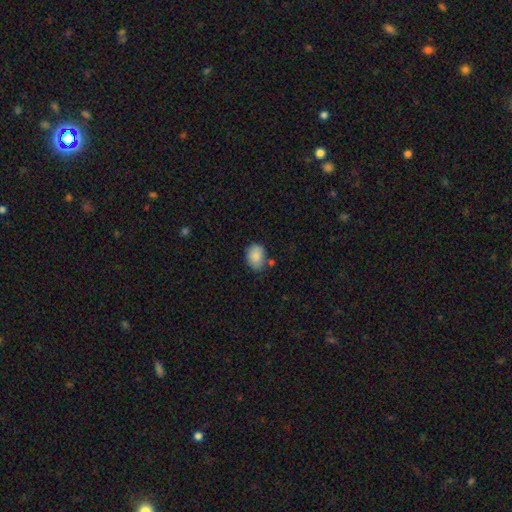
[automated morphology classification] smooth-or-featured: smooth: 87% | star or artifact: 7% | featured or disk: 5%
  how-rounded: in between: 70% | round: 29% | cigar-shaped: 1%
  merging: none: 68% | minor disturbance: 21% | merger: 6% | major disturbance: 5%